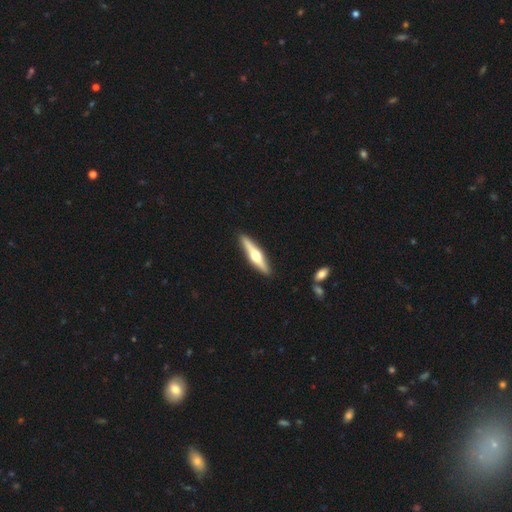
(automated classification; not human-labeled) A featured or disk galaxy (67%) viewed edge-on (97%) with a rounded central bulge (94%).

Vote fractions:
- Smooth or featured? featured or disk: 67% / smooth: 29% / star or artifact: 5%
- Edge-on disk? yes: 97% / no: 3%
- Edge-on bulge? rounded: 94% / boxy: 3% / none: 2%
- Merging? none: 91% / minor disturbance: 6% / major disturbance: 1% / merger: 1%